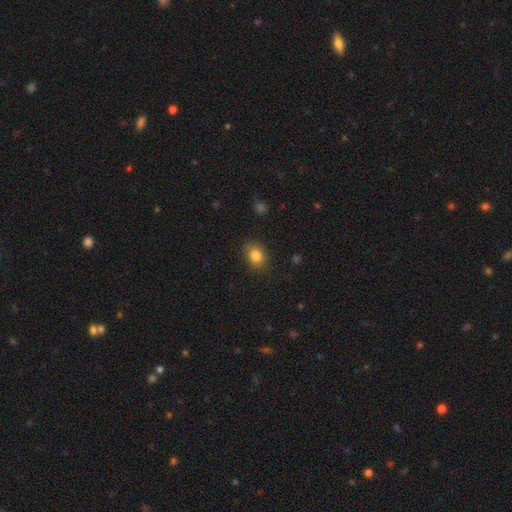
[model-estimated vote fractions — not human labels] smooth_or_featured: smooth (p=0.83) [alt: star or artifact p=0.10]
how_rounded: round (p=0.56) [alt: in between p=0.43]
merging: none (p=0.82) [alt: minor disturbance p=0.14]